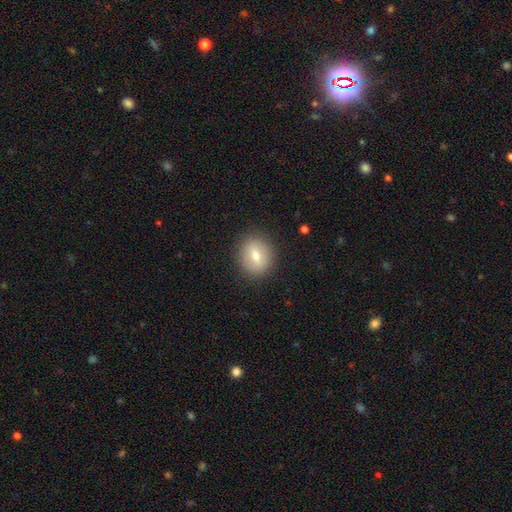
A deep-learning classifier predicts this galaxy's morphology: smooth 71%, featured or disk 21%, star or artifact 9%. Down the decision tree: how rounded — round (64%); merging — none (87%).